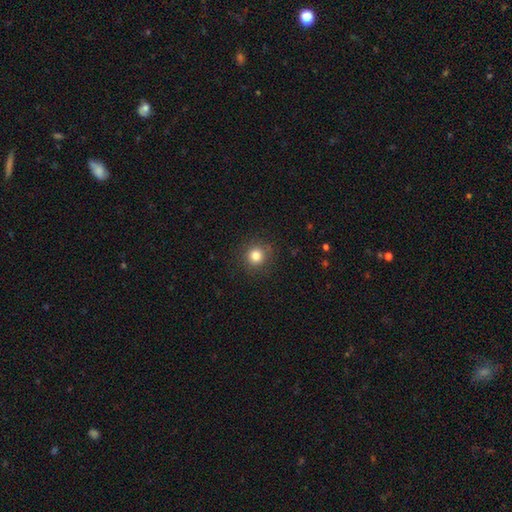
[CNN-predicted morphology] This appears to be a smooth galaxy with no disk features (83%) that is round (92%). Merging: none (89%).